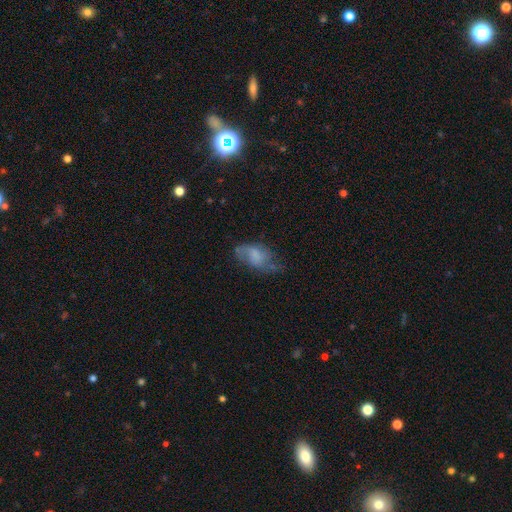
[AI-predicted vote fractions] Overall: smooth (50%; featured or disk 41%). How rounded: in between (90%). Merging: none (46%; minor disturbance 31%).